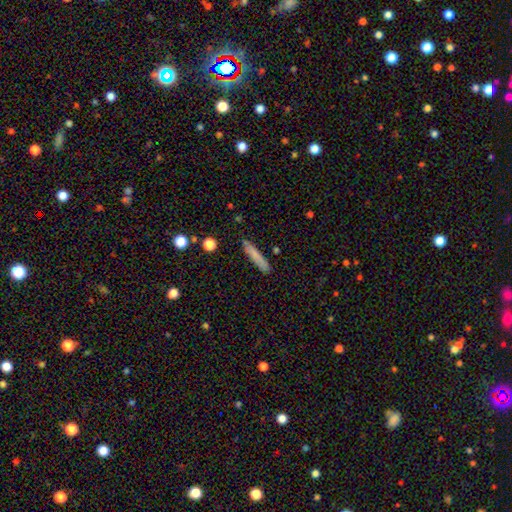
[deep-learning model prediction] A smooth galaxy with no disk features (80%) that is cigar-shaped (92%). Merging: none (87%).